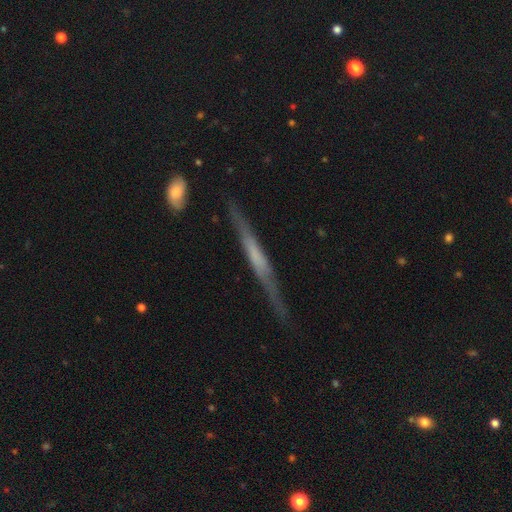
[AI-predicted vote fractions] Smooth or featured?
  - featured or disk: 65% *
  - smooth: 28%
  - star or artifact: 6%
Edge-on disk?
  - yes: 95% *
  - no: 5%
Edge-on bulge?
  - none: 52% *
  - boxy: 27%
  - rounded: 21%
Merging?
  - none: 79% *
  - minor disturbance: 16%
  - major disturbance: 4%
  - merger: 2%